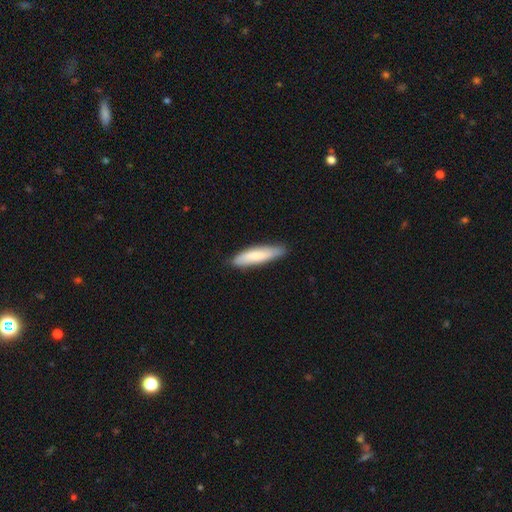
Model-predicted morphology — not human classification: A smooth galaxy with no disk features (78%) that is cigar-shaped (73%).

Vote fractions:
- Smooth or featured? smooth: 78% / featured or disk: 17% / star or artifact: 5%
- How rounded? cigar-shaped: 73% / in between: 26% / round: 1%
- Merging? none: 81% / minor disturbance: 15% / major disturbance: 2% / merger: 1%